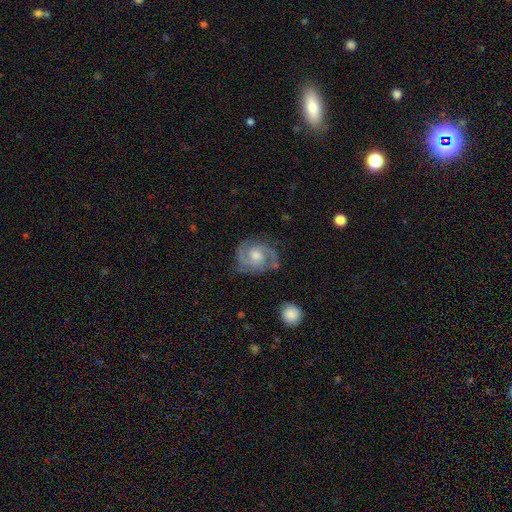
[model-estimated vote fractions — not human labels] Smooth or featured?
  - featured or disk: 89% *
  - smooth: 6%
  - star or artifact: 5%
Edge-on disk?
  - no: 98% *
  - yes: 2%
Bar?
  - no: 57% *
  - weak: 36%
  - strong: 7%
Spiral arms?
  - yes: 98% *
  - no: 2%
Spiral winding?
  - medium: 49% *
  - tight: 43%
  - loose: 8%
Spiral arm count?
  - 2: 88% *
  - 3: 5%
  - can't tell: 3%
  - 1: 1%
  - 4: 1%
  - more than 4: 1%
Bulge size?
  - moderate: 60% *
  - small: 27%
  - large: 8%
  - none: 4%
  - dominant: 1%
Merging?
  - none: 78% *
  - minor disturbance: 15%
  - major disturbance: 5%
  - merger: 2%